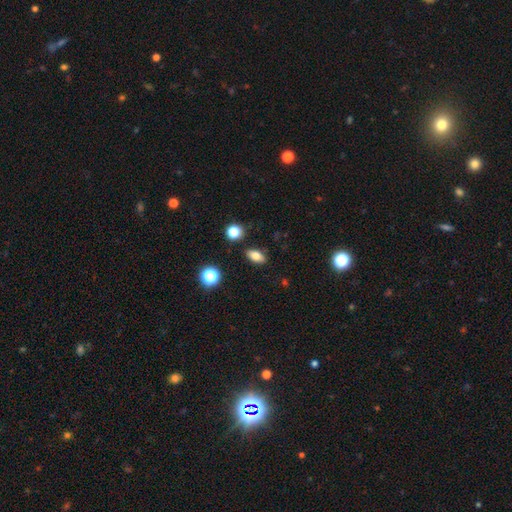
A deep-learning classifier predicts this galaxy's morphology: This appears to be a smooth galaxy with no disk features (79%) that is in between round and cigar-shaped (84%). Merging: none (87%).